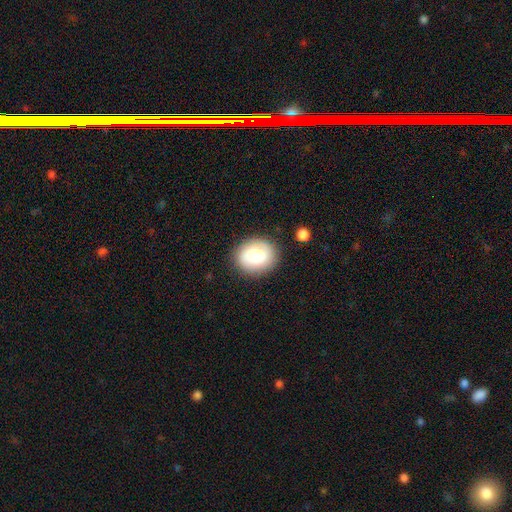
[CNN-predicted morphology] Smooth or featured? smooth (74%)
How rounded? round (66%)
Merging? none (83%)